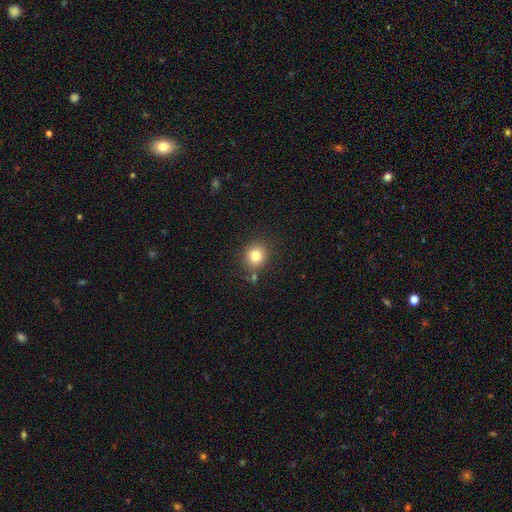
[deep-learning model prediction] Smooth or featured?
  - smooth: 81% *
  - star or artifact: 12%
  - featured or disk: 7%
How rounded?
  - round: 84% *
  - in between: 15%
  - cigar-shaped: 1%
Merging?
  - none: 79% *
  - minor disturbance: 11%
  - merger: 7%
  - major disturbance: 3%